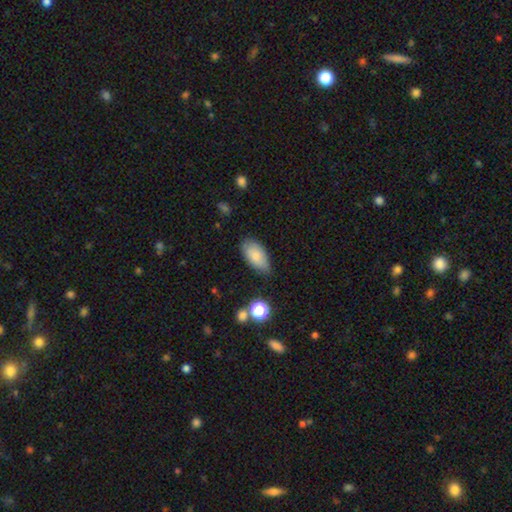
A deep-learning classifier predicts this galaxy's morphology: Overall: smooth (79%). How rounded: in between (93%). Merging: none (71%).